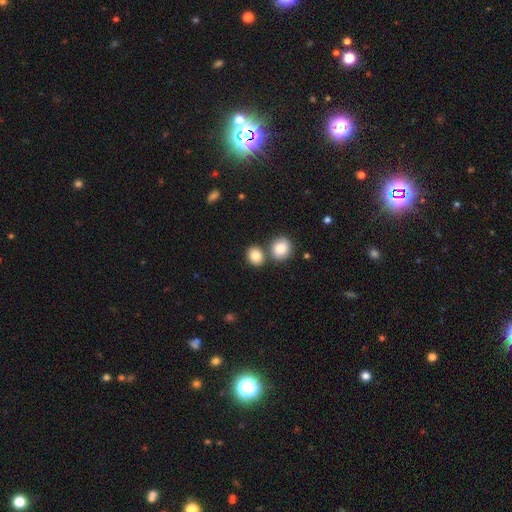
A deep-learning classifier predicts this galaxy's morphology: Overall: smooth (85%). How rounded: round (56%; in between 43%). Merging: none (62%; merger 26%).